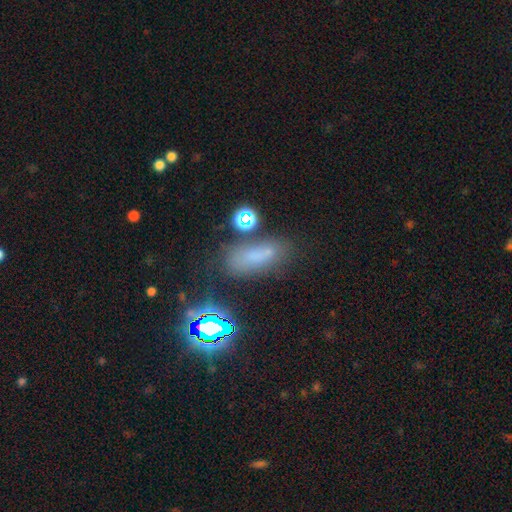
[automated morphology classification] This appears to be a smooth galaxy with no disk features (58%) that is in between round and cigar-shaped (69%). Merging: none (61%).